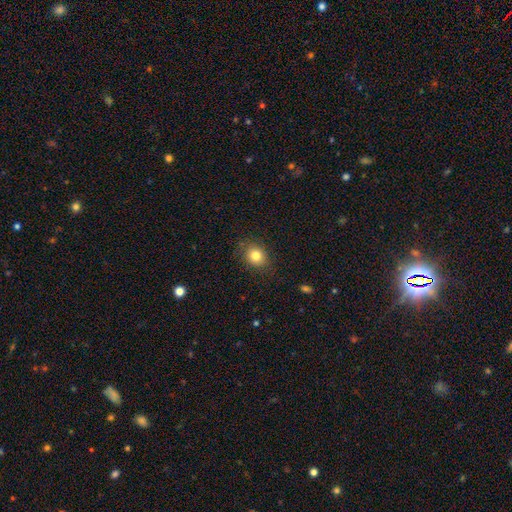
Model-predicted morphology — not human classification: A smooth galaxy with no disk features (81%) that is round (66%).

Vote fractions:
- Smooth or featured? smooth: 81% / star or artifact: 11% / featured or disk: 8%
- How rounded? round: 66% / in between: 33% / cigar-shaped: 1%
- Merging? none: 84% / minor disturbance: 12% / major disturbance: 3% / merger: 1%